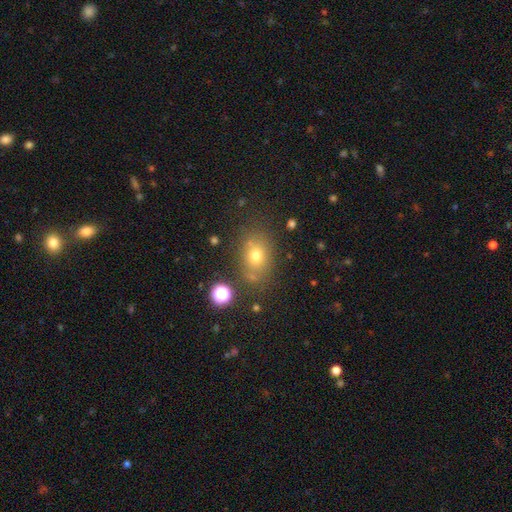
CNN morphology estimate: Smooth or featured? smooth (71%)
How rounded? in between (54%)
Merging? none (73%)